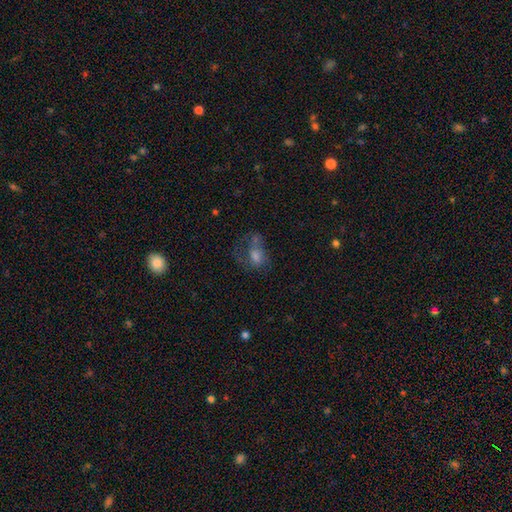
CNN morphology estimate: Smooth or featured? smooth (45%)
Merging? major disturbance (40%)